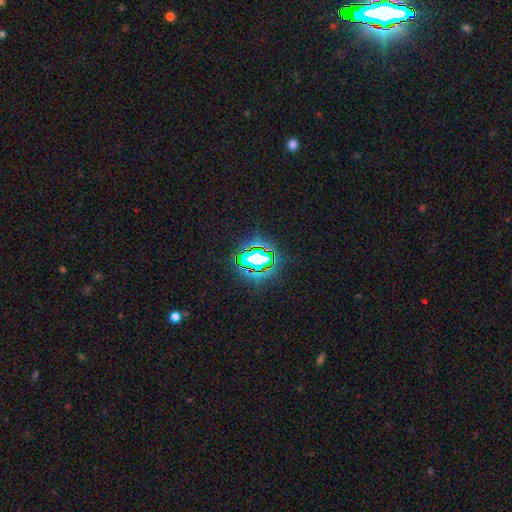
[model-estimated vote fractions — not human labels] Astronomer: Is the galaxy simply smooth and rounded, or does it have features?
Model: star or artifact — 66%.